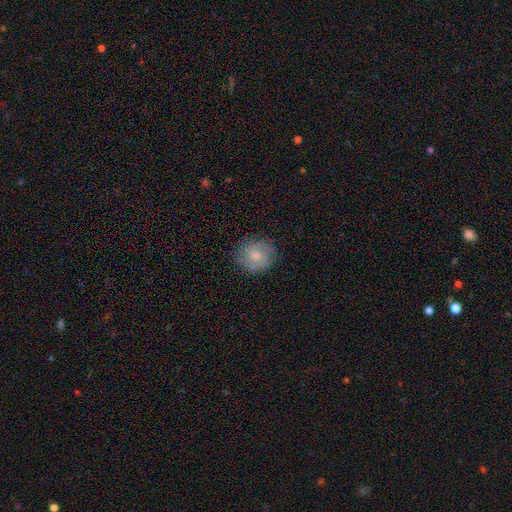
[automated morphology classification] Q: Smooth or featured?
A: smooth (66%); runner-up: featured or disk (27%)
Q: How rounded?
A: round (81%); runner-up: in between (18%)
Q: Merging?
A: none (79%); runner-up: minor disturbance (15%)